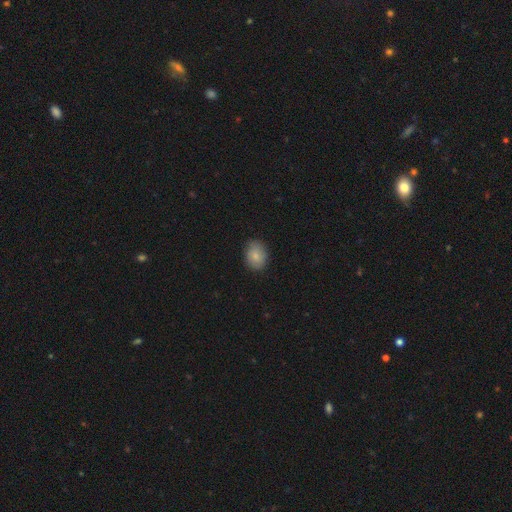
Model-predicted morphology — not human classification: Q: Smooth or featured?
A: smooth (84%); runner-up: star or artifact (8%)
Q: How rounded?
A: in between (66%); runner-up: round (33%)
Q: Merging?
A: none (84%); runner-up: minor disturbance (13%)